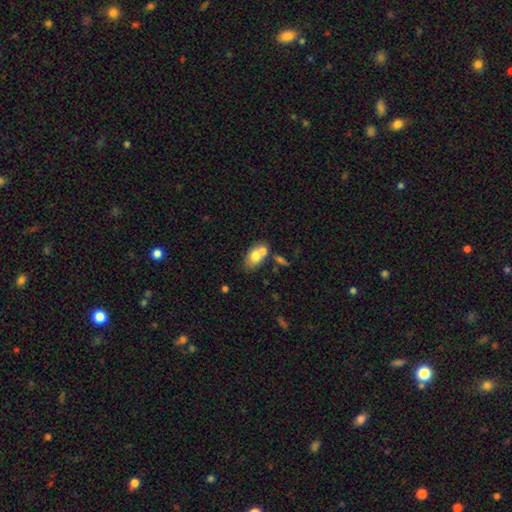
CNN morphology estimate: smooth 71%, featured or disk 20%, star or artifact 8%. Down the decision tree: how rounded — in between (79%); merging — merger (44%).